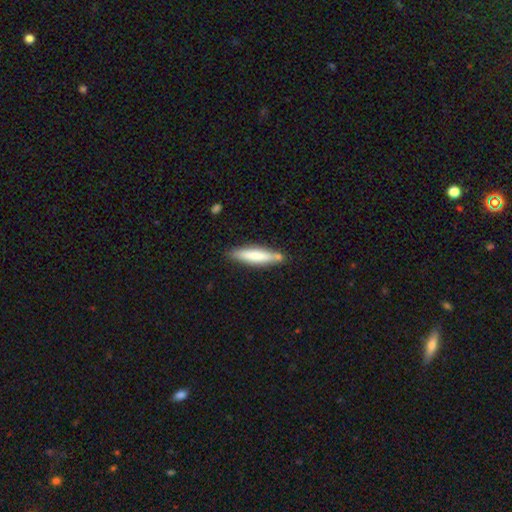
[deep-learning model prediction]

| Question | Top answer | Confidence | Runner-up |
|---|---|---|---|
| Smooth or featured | smooth | 74% | featured or disk (21%) |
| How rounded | cigar-shaped | 82% | in between (16%) |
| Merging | none | 75% | minor disturbance (15%) |